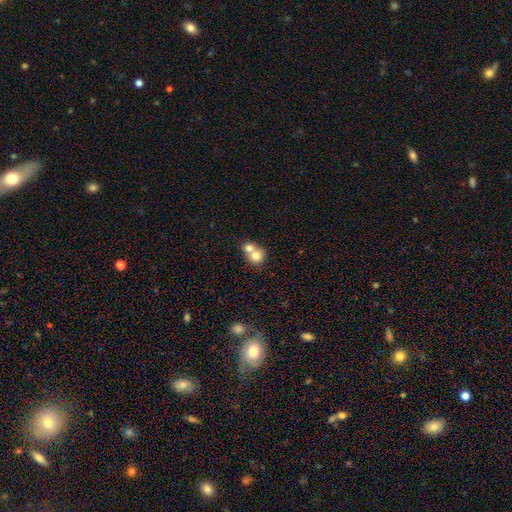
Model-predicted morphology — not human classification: Overall: smooth (74%). How rounded: round (79%). Merging: merger (66%; none 27%).